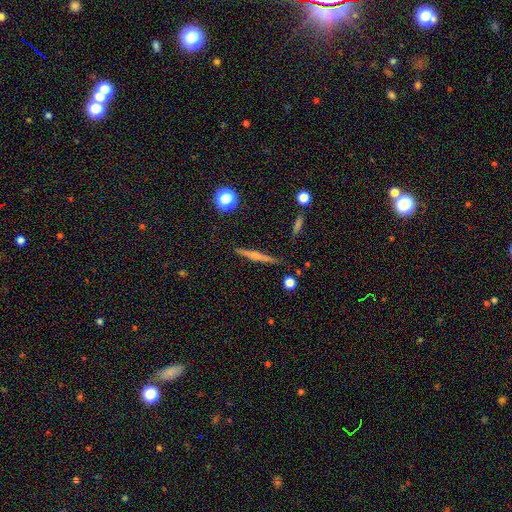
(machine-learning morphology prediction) featured or disk 54%, smooth 38%, star or artifact 8%. Down the decision tree: edge-on disk — yes (97%); edge-on bulge — rounded (64%); merging — none (88%).